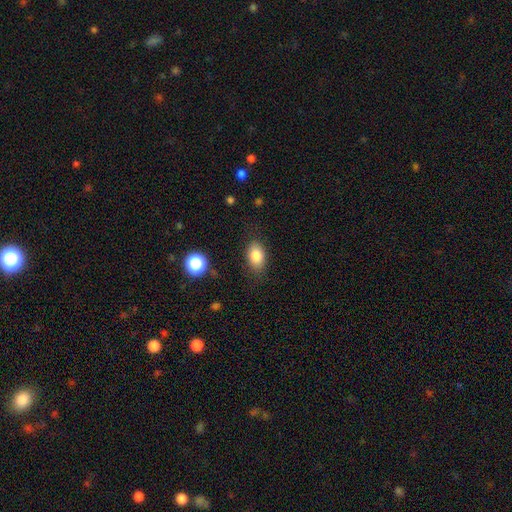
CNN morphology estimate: type=smooth (84%); roundness=in between (86%); merging=none (82%).